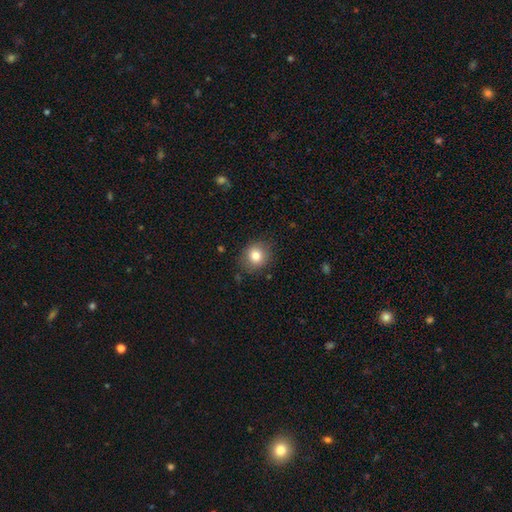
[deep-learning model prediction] A smooth galaxy with no disk features (82%) that is round (82%). Merging: none (84%).